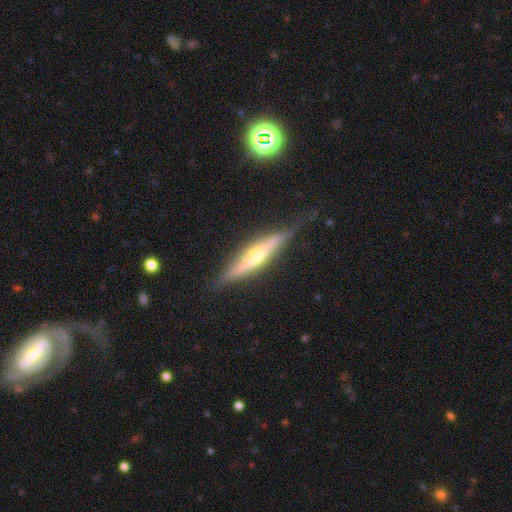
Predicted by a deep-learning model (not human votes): A featured or disk galaxy (72%) viewed edge-on (94%) with a rounded central bulge (86%).

Vote fractions:
- Smooth or featured? featured or disk: 72% / smooth: 23% / star or artifact: 6%
- Edge-on disk? yes: 94% / no: 6%
- Edge-on bulge? rounded: 86% / none: 8% / boxy: 6%
- Merging? none: 78% / minor disturbance: 16% / major disturbance: 5% / merger: 2%